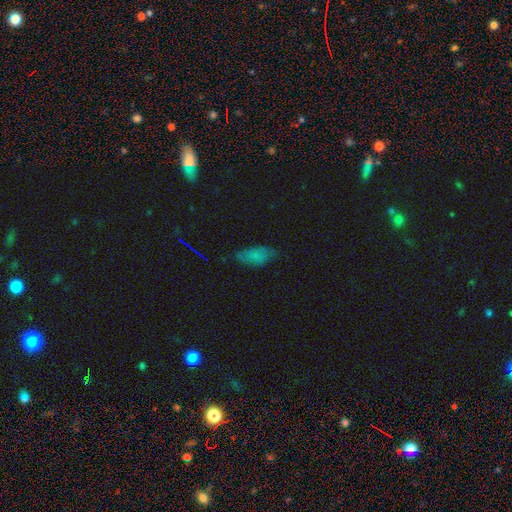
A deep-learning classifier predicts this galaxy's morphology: The model was most divided on "merging": none: 67%, minor disturbance: 25%, major disturbance: 6%, merger: 2%. More confident: how rounded — in between (85%); smooth or featured — smooth (73%).